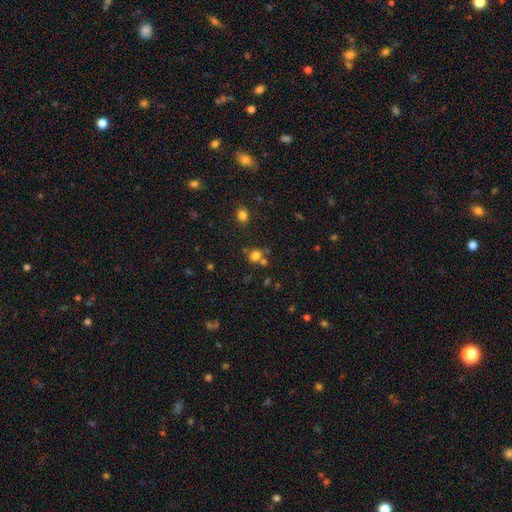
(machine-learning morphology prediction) smooth_or_featured: smooth (p=0.74) [alt: star or artifact p=0.18]
how_rounded: round (p=0.76) [alt: in between p=0.23]
merging: none (p=0.60) [alt: merger p=0.26]